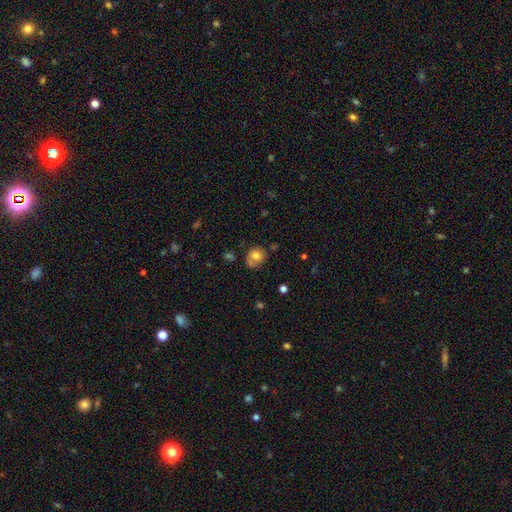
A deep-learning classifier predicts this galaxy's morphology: Smooth or featured?
  - smooth: 74% *
  - featured or disk: 15%
  - star or artifact: 10%
How rounded?
  - round: 66% *
  - in between: 33%
  - cigar-shaped: 1%
Merging?
  - none: 55% *
  - minor disturbance: 25%
  - merger: 12%
  - major disturbance: 9%